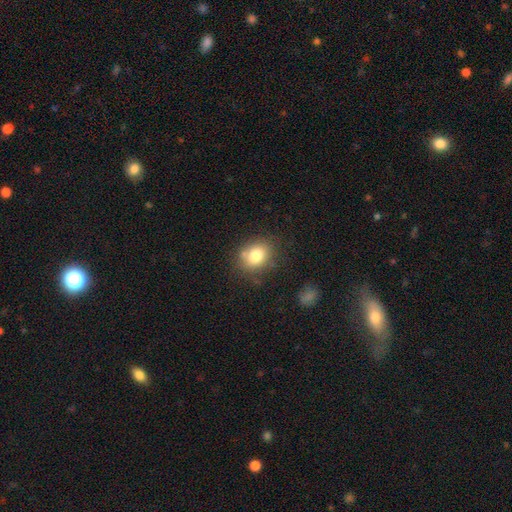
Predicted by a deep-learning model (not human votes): smooth 79%, featured or disk 11%, star or artifact 10%. Down the decision tree: how rounded — in between (51%); merging — none (72%).